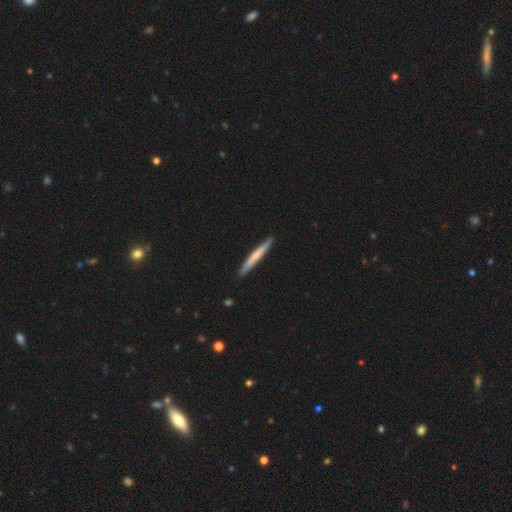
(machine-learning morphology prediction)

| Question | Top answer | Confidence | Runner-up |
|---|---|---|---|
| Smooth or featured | smooth | 56% | featured or disk (39%) |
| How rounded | cigar-shaped | 96% | in between (2%) |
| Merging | none | 91% | minor disturbance (7%) |